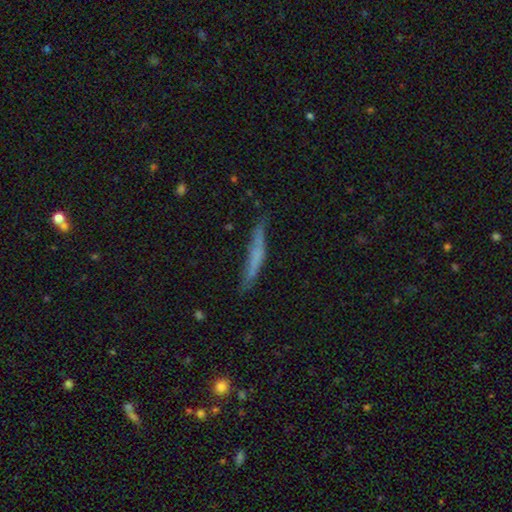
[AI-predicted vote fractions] smooth-or-featured: smooth: 51% | featured or disk: 41% | star or artifact: 8%
  how-rounded: cigar-shaped: 94% | in between: 5% | round: 2%
  merging: none: 70% | minor disturbance: 22% | major disturbance: 6% | merger: 3%